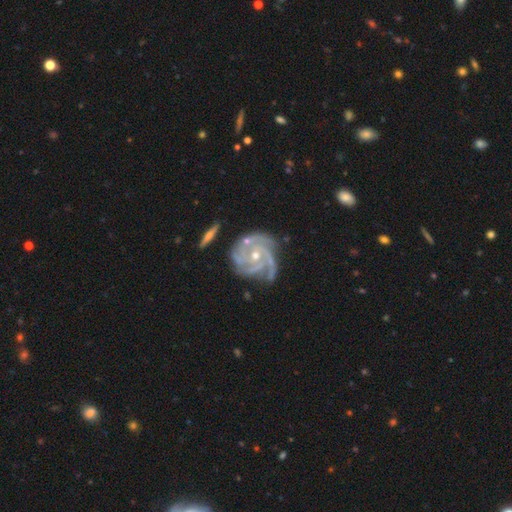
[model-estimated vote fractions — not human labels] The model was most divided on "spiral arm count": 3: 37%, 4: 33%, can't tell: 11%, 2: 8%, more than 4: 7%, 1: 5%. More confident: spiral arms — yes (98%); edge-on disk — no (97%); smooth or featured — featured or disk (91%); bar — no (72%); spiral winding — tight (70%); merging — none (65%); bulge size — small (53%).